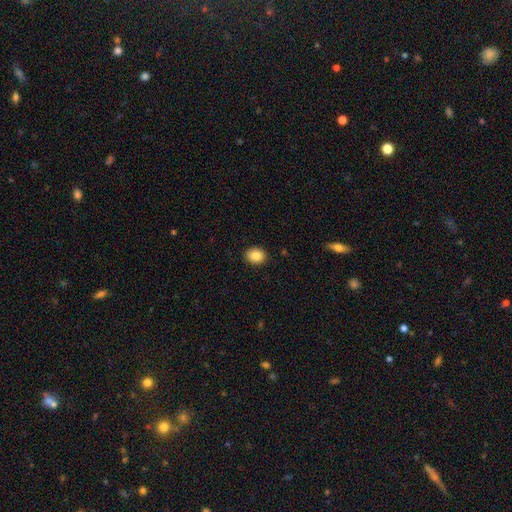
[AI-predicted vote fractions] smooth 87%, star or artifact 8%, featured or disk 5%. Down the decision tree: how rounded — in between (57%); merging — none (90%).